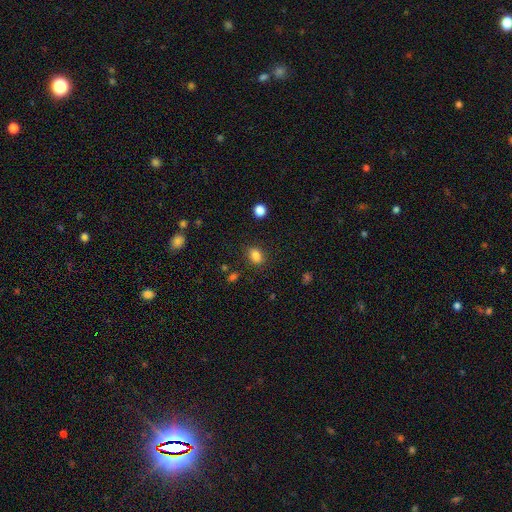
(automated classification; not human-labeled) A smooth galaxy with no disk features (84%) that is in between round and cigar-shaped (61%). Merging: none (85%).